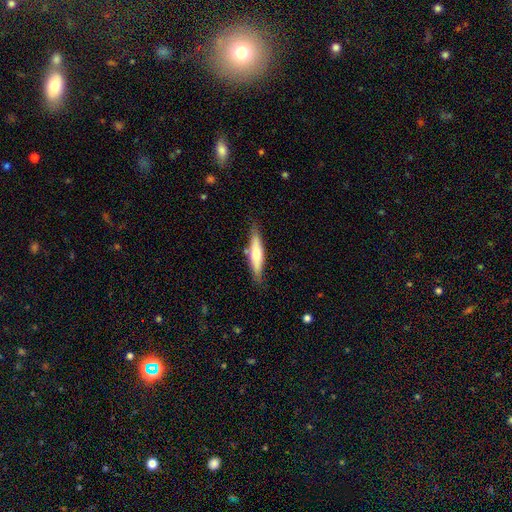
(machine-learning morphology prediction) Smooth or featured: smooth — 55% (featured or disk — 40%)
How rounded: cigar-shaped — 80% (in between — 18%)
Merging: none — 80% (minor disturbance — 14%)